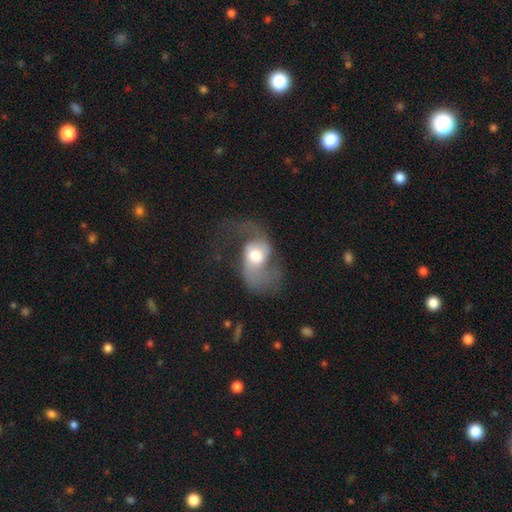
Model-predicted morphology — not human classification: Smooth or featured? Predicted: featured or disk (p=0.70). Edge-on disk? Predicted: no (p=0.96). Bar? Predicted: no (p=0.54). Spiral arms? Predicted: yes (p=0.86). Spiral winding? Predicted: loose (p=0.69). Spiral arm count? Predicted: 2 (p=0.84). Bulge size? Predicted: moderate (p=0.51). Merging? Predicted: major disturbance (p=0.45).